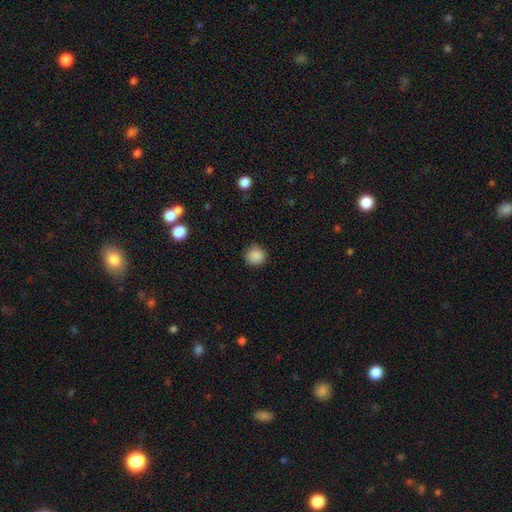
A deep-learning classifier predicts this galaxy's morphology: smooth 88%, star or artifact 9%, featured or disk 3%. Down the decision tree: how rounded — round (92%); merging — none (89%).